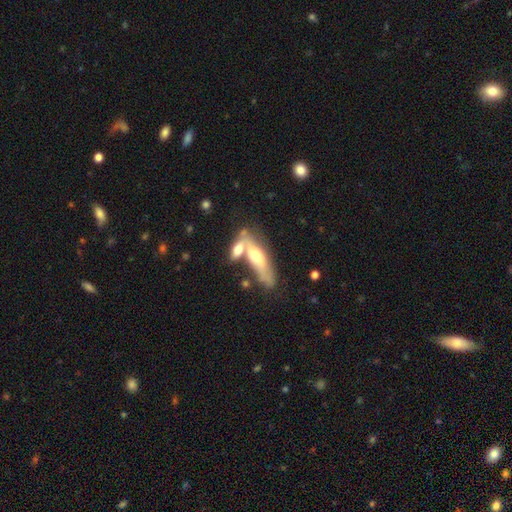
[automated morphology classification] type=featured or disk (51%); edge-on=yes (60%); merging=merger (39%).